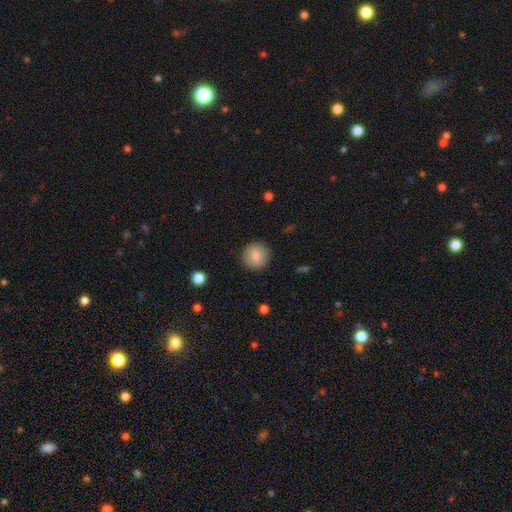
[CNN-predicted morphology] smooth-or-featured: smooth: 80% | featured or disk: 12% | star or artifact: 8%
  how-rounded: round: 94% | in between: 5% | cigar-shaped: 1%
  merging: none: 90% | minor disturbance: 6% | major disturbance: 2% | merger: 1%